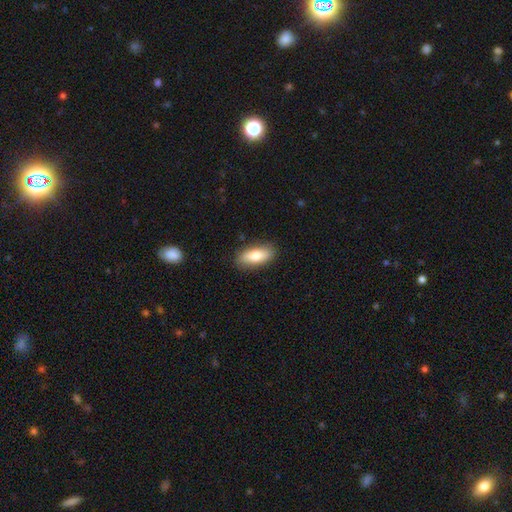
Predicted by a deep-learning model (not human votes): This appears to be a smooth galaxy with no disk features (79%) that is in between round and cigar-shaped (81%). Merging: none (87%).